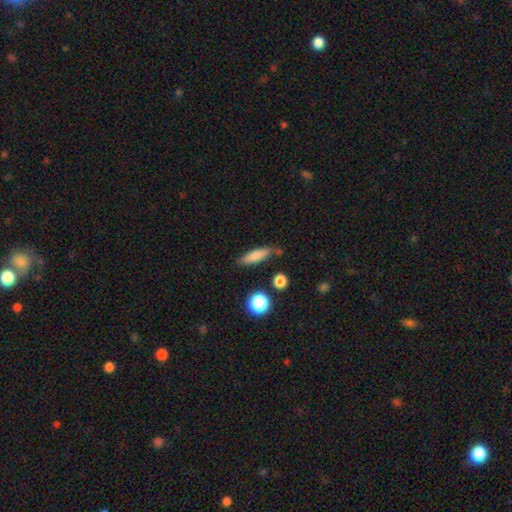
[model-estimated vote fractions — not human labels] Overall: smooth (76%). How rounded: cigar-shaped (67%; in between 29%). Merging: none (76%).